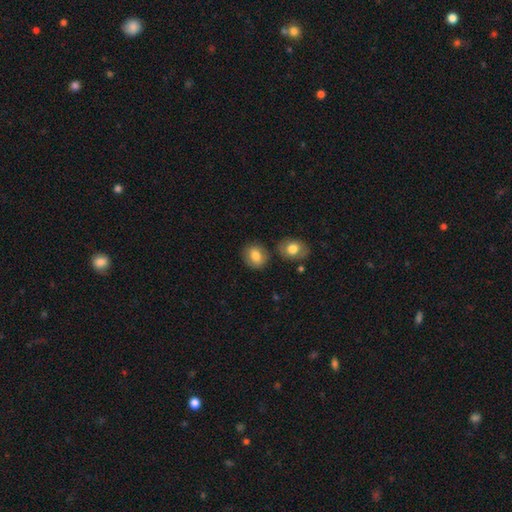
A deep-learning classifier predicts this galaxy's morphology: smooth-or-featured: smooth: 80% | featured or disk: 12% | star or artifact: 8%
  how-rounded: round: 62% | in between: 37% | cigar-shaped: 1%
  merging: none: 79% | minor disturbance: 11% | merger: 8% | major disturbance: 3%